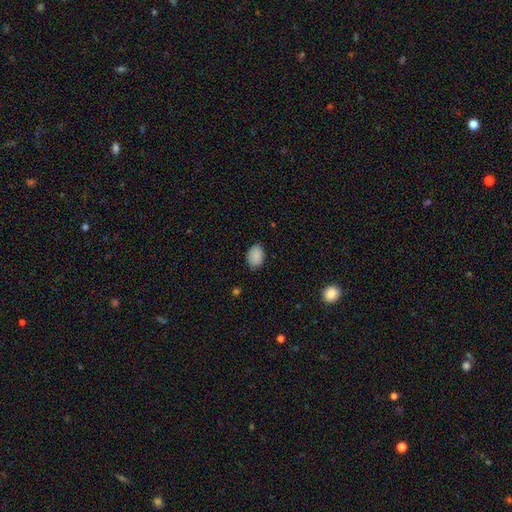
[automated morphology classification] A smooth galaxy with no disk features (88%) that is in between round and cigar-shaped (81%). Merging: none (80%).